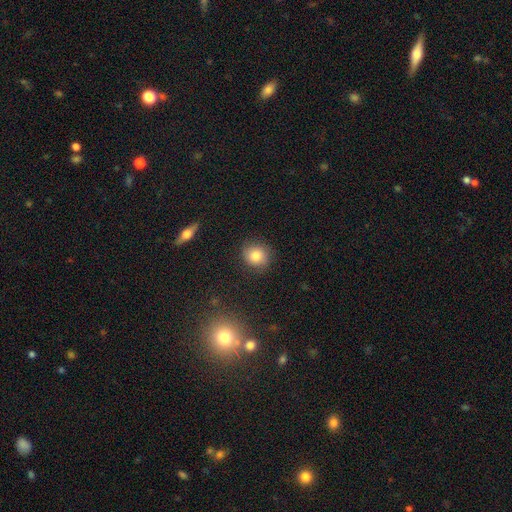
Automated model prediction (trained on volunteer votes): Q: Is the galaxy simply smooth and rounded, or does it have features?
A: smooth — 82%.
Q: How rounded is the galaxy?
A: round — 79%.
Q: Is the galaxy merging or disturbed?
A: none — 85%.